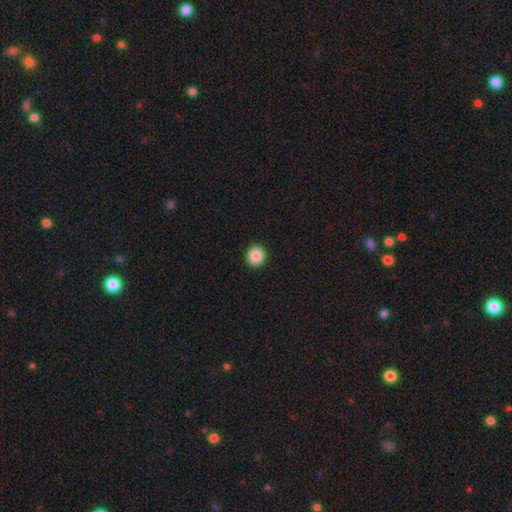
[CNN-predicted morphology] Smooth or featured? Predicted: smooth (p=0.87). How rounded? Predicted: round (p=0.86). Merging? Predicted: none (p=0.92).